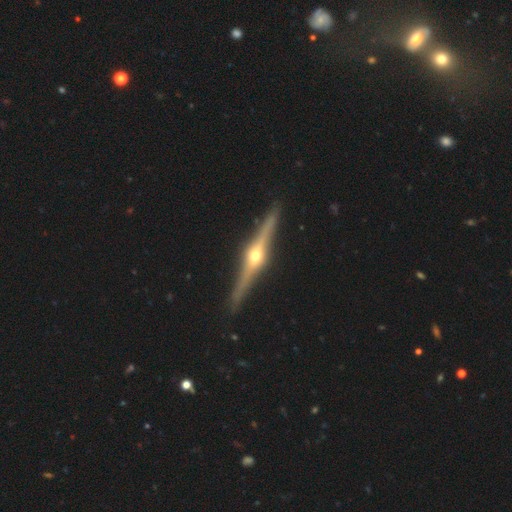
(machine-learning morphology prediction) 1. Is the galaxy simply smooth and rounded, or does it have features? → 86% featured or disk, 9% smooth, 5% star or artifact.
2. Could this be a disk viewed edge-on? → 98% yes, 2% no.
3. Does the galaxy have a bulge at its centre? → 96% rounded, 3% boxy, 2% none.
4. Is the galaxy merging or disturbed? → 91% none, 6% minor disturbance, 1% major disturbance, 1% merger.